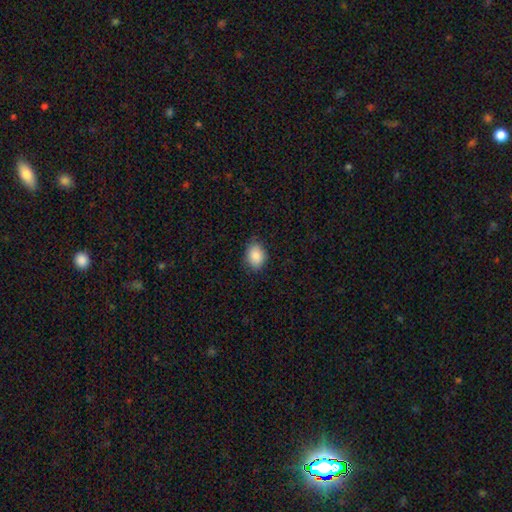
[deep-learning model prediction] Q: Smooth or featured?
A: smooth (87%); runner-up: star or artifact (8%)
Q: How rounded?
A: in between (67%); runner-up: round (32%)
Q: Merging?
A: none (81%); runner-up: minor disturbance (15%)